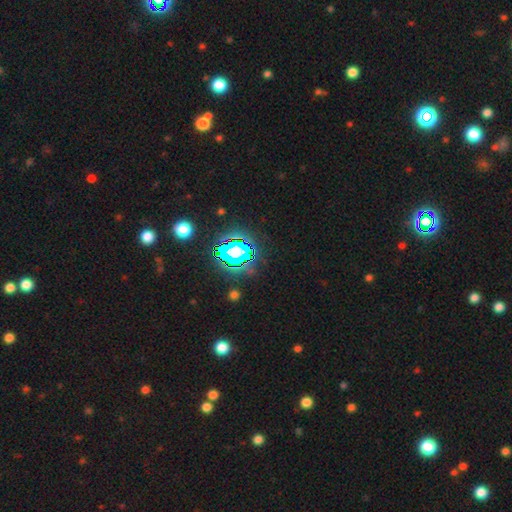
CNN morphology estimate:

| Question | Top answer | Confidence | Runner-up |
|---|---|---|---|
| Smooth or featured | star or artifact | 81% | smooth (12%) |